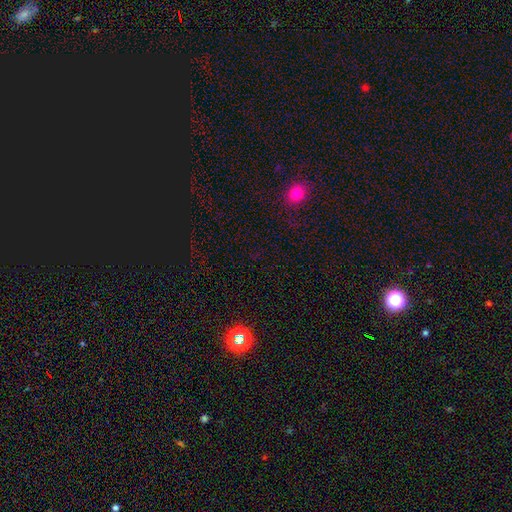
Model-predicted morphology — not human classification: smooth-or-featured: star or artifact: 69% | smooth: 24% | featured or disk: 7%